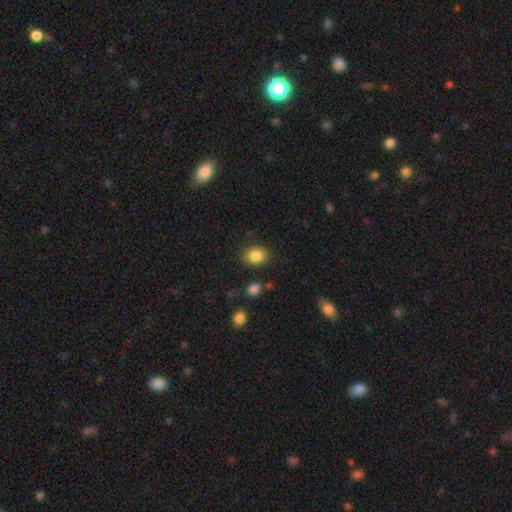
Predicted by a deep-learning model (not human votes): Q: Smooth or featured?
A: smooth (85%); runner-up: star or artifact (9%)
Q: How rounded?
A: in between (58%); runner-up: round (41%)
Q: Merging?
A: none (82%); runner-up: minor disturbance (12%)